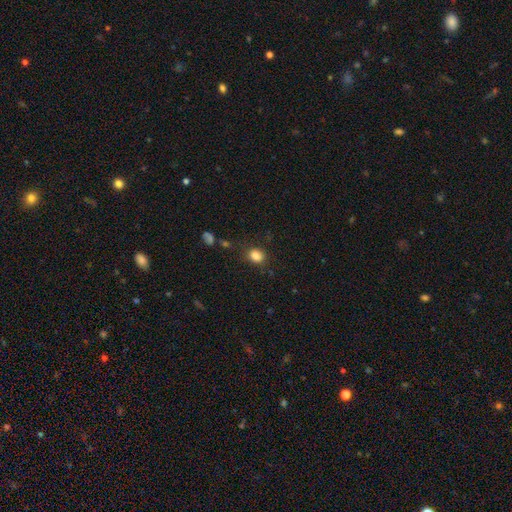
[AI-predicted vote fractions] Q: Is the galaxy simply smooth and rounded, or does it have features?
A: smooth — 84%.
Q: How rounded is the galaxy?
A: round — 52%.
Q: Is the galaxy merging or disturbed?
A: none — 80%.